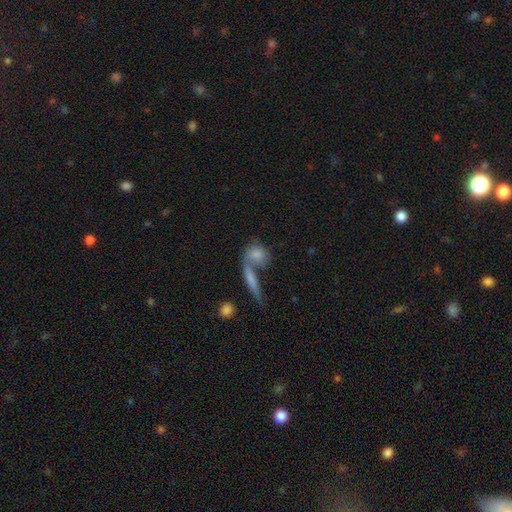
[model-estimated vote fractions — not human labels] Smooth or featured?
  - smooth: 72% *
  - featured or disk: 19%
  - star or artifact: 8%
How rounded?
  - round: 46% *
  - in between: 40%
  - cigar-shaped: 14%
Merging?
  - merger: 47% *
  - none: 34%
  - minor disturbance: 11%
  - major disturbance: 9%